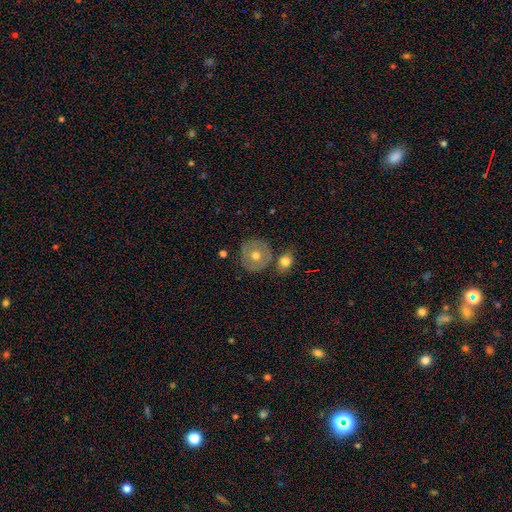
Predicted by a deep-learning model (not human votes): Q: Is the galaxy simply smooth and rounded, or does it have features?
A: smooth — 53%.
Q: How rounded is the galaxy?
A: round — 91%.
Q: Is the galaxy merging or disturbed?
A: none — 73%.